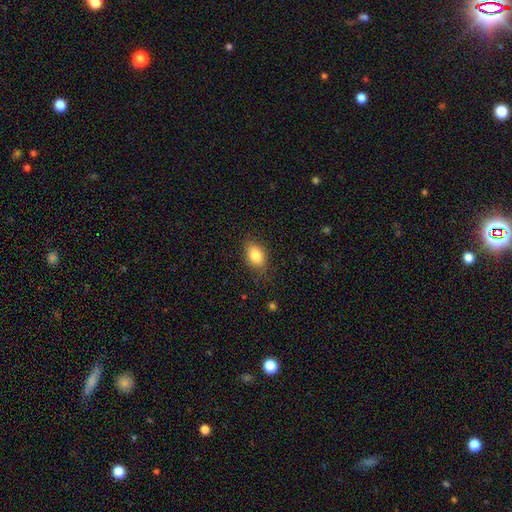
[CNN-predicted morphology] Smooth or featured? smooth (80%)
How rounded? in between (78%)
Merging? none (78%)